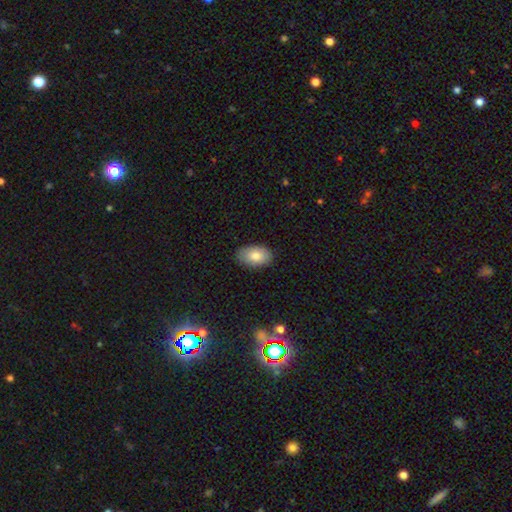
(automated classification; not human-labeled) The model was most divided on "smooth or featured": smooth: 83%, featured or disk: 10%, star or artifact: 7%. More confident: how rounded — in between (93%); merging — none (86%).